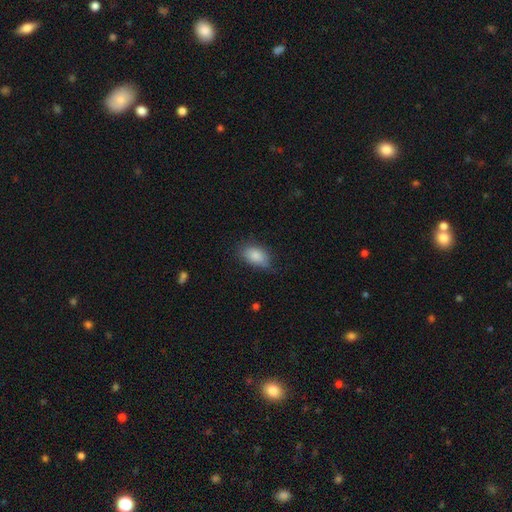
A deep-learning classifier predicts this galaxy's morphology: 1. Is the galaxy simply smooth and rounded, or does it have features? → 85% smooth, 8% featured or disk, 7% star or artifact.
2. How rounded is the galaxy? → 90% in between, 8% round, 2% cigar-shaped.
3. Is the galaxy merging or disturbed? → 66% none, 27% minor disturbance, 6% major disturbance, 1% merger.